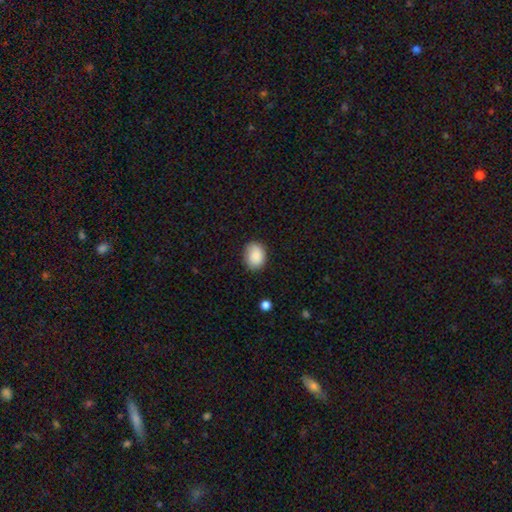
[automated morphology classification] This is clearly a smooth galaxy (89%). How rounded: likely in between (63%). Merging: clearly none (82%).